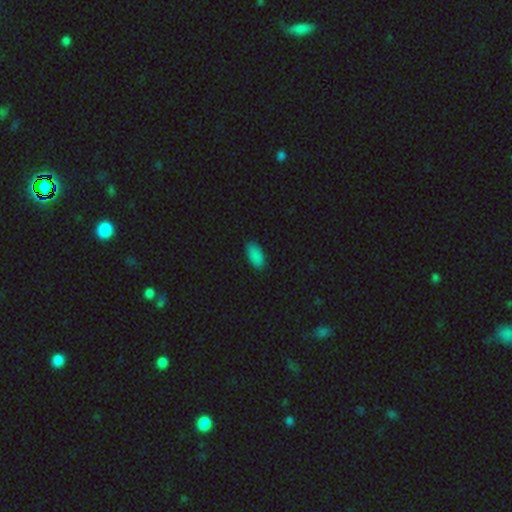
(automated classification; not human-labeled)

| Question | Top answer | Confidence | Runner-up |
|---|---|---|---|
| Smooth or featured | smooth | 87% | star or artifact (10%) |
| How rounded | in between | 92% | cigar-shaped (5%) |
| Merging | none | 86% | minor disturbance (10%) |